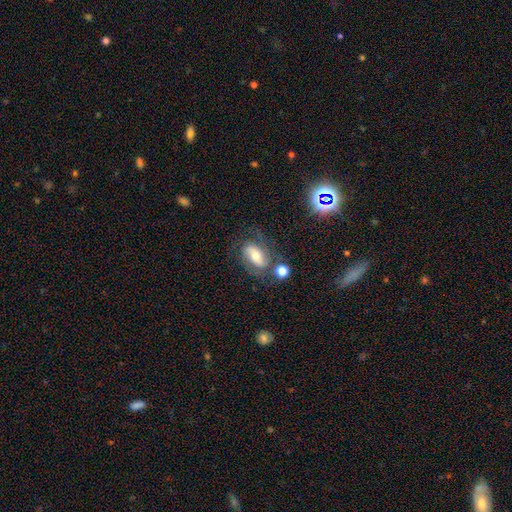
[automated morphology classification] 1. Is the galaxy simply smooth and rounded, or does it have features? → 58% featured or disk, 31% smooth, 10% star or artifact.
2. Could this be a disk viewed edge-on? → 93% no, 7% yes.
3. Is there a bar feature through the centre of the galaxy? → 36% no, 33% weak, 31% strong.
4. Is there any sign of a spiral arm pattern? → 85% yes, 15% no.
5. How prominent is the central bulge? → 61% moderate, 27% small, 9% large, 2% dominant, 2% none.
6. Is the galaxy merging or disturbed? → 58% none, 19% minor disturbance, 13% major disturbance, 11% merger.